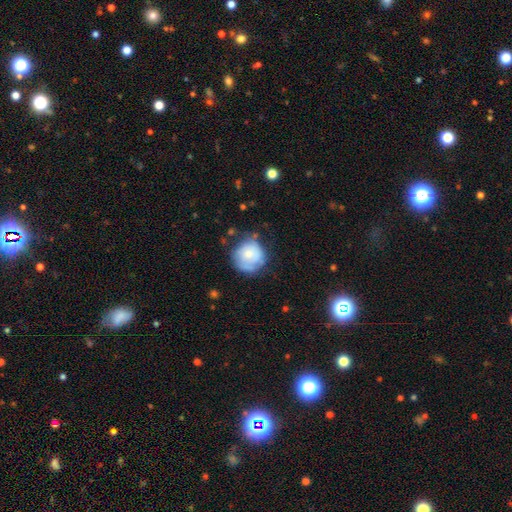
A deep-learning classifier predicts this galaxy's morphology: Smooth or featured?
  - smooth: 61% *
  - featured or disk: 32%
  - star or artifact: 7%
How rounded?
  - round: 87% *
  - in between: 12%
  - cigar-shaped: 1%
Merging?
  - none: 56% *
  - minor disturbance: 29%
  - major disturbance: 11%
  - merger: 4%